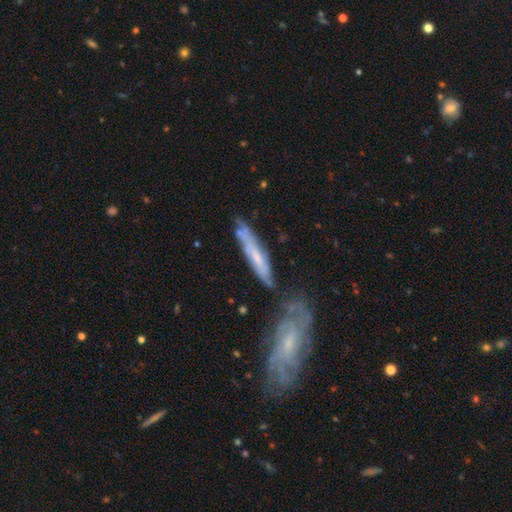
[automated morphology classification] A featured or disk galaxy (53%) viewed edge-on (58%).

Vote fractions:
- Smooth or featured? featured or disk: 53% / smooth: 40% / star or artifact: 7%
- Edge-on disk? yes: 58% / no: 42%
- Merging? none: 60% / minor disturbance: 20% / merger: 14% / major disturbance: 6%